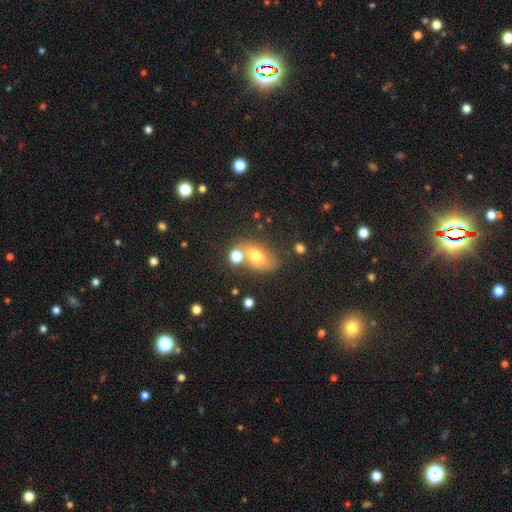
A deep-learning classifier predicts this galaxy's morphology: Smooth or featured: smooth — 67% (featured or disk — 19%)
How rounded: in between — 78% (round — 20%)
Merging: none — 56% (merger — 21%)